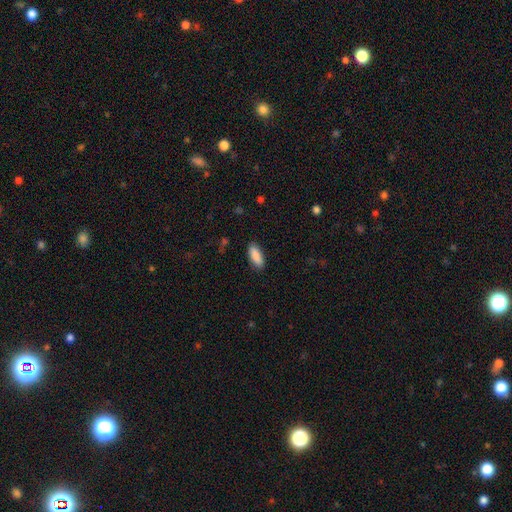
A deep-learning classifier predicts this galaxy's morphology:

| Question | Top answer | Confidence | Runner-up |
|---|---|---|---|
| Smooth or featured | smooth | 88% | star or artifact (6%) |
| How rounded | in between | 73% | cigar-shaped (25%) |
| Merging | none | 88% | minor disturbance (8%) |